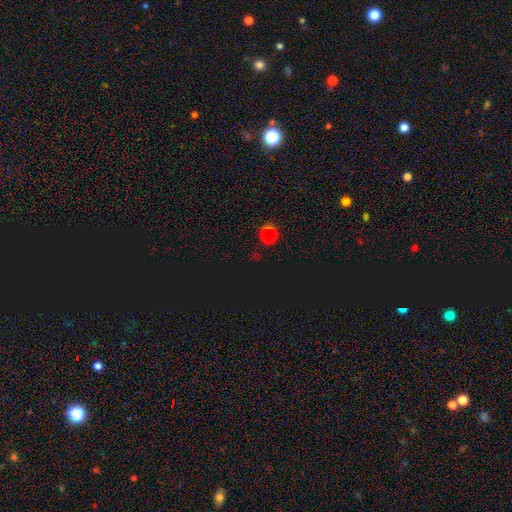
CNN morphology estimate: Overall: smooth (55%; star or artifact 39%). How rounded: round (85%). Merging: none (81%).